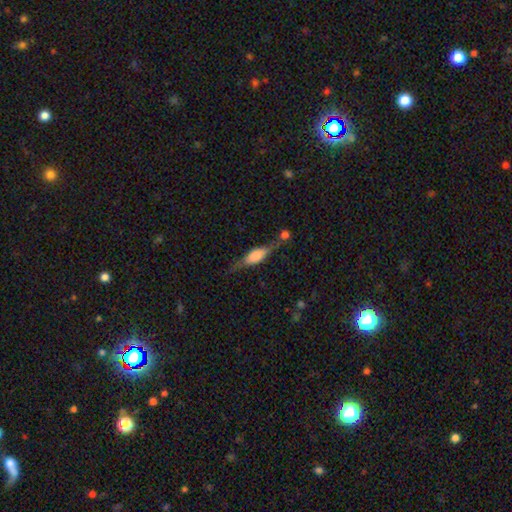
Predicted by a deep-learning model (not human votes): featured or disk 54%, smooth 38%, star or artifact 7%. Down the decision tree: edge-on disk — yes (92%); merging — none (61%).